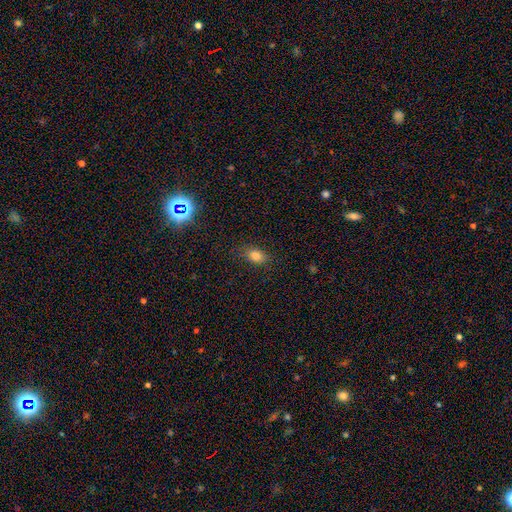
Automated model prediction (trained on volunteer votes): Q: Smooth or featured?
A: smooth (81%); runner-up: star or artifact (13%)
Q: How rounded?
A: in between (80%); runner-up: round (18%)
Q: Merging?
A: none (82%); runner-up: minor disturbance (13%)